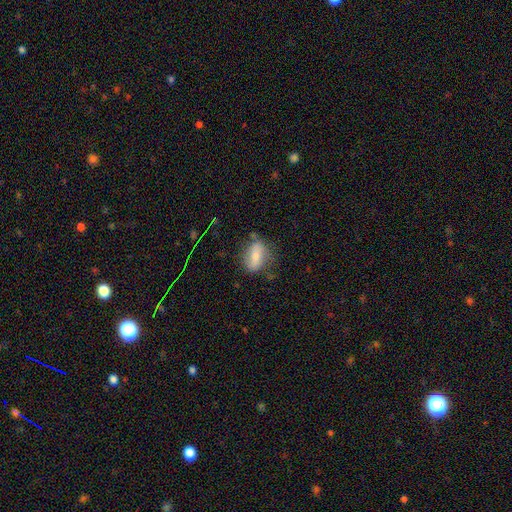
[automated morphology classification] Smooth or featured? Predicted: smooth (p=0.65). How rounded? Predicted: in between (p=0.78). Merging? Predicted: none (p=0.61).